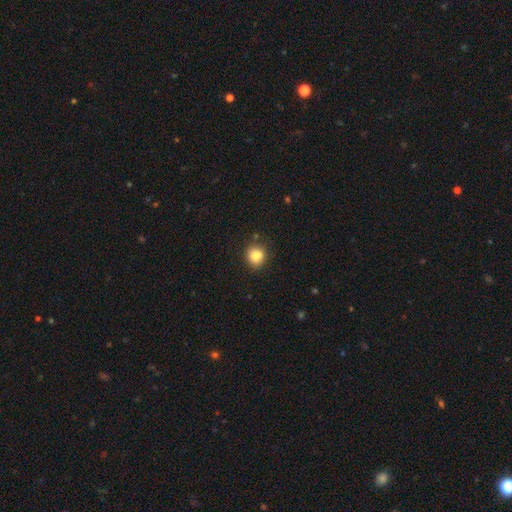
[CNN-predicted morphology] Smooth or featured? smooth (82%)
How rounded? round (81%)
Merging? none (74%)